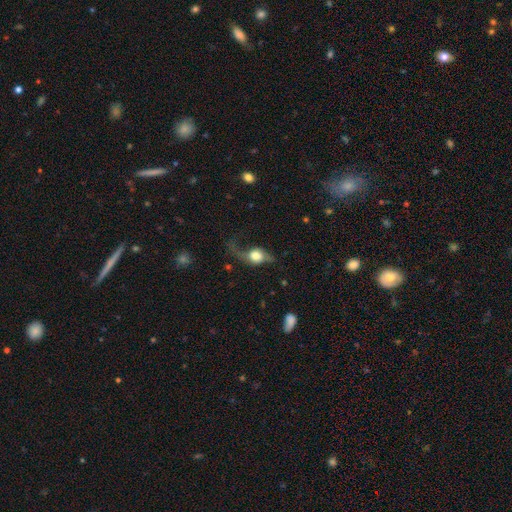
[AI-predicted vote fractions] Morphology: type=featured or disk (50%); edge-on=no (82%); merging=major disturbance (43%).